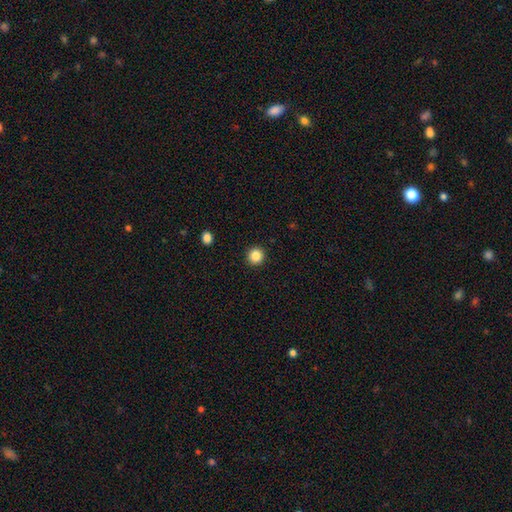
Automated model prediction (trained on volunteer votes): A smooth galaxy with no disk features (85%) that is round (94%). Merging: none (93%).